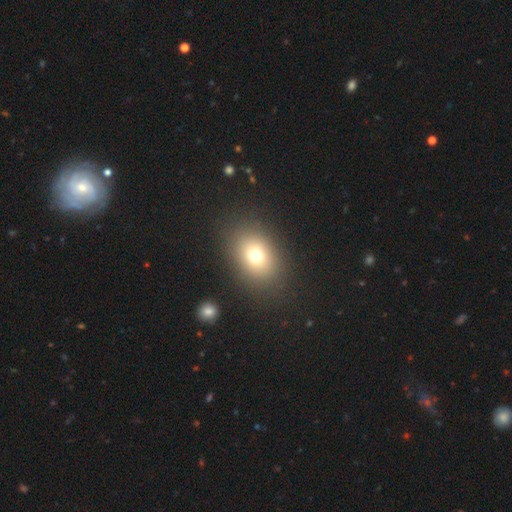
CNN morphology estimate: This is likely a smooth galaxy (72%). How rounded: likely in between (61%). Merging: clearly none (85%).